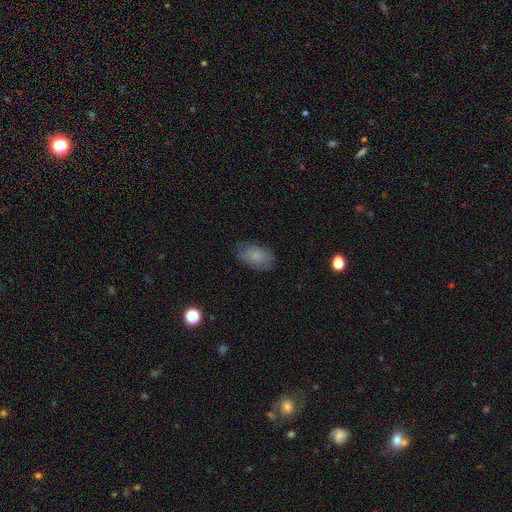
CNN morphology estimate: The model was most divided on "merging": none: 79%, minor disturbance: 16%, major disturbance: 4%, merger: 1%. More confident: how rounded — in between (92%); smooth or featured — smooth (82%).